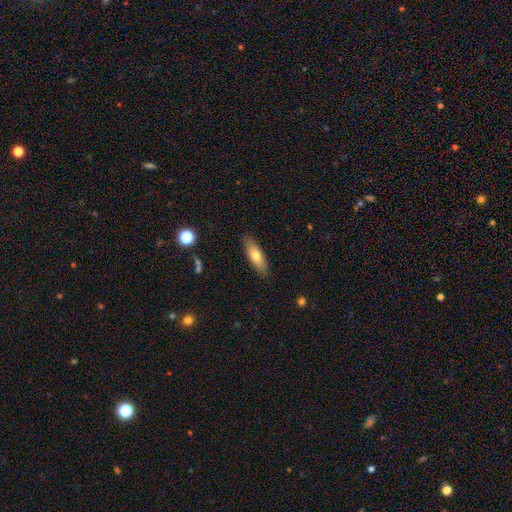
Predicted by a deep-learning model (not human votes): Smooth or featured? Predicted: smooth (p=0.71). How rounded? Predicted: in between (p=0.52). Merging? Predicted: none (p=0.87).